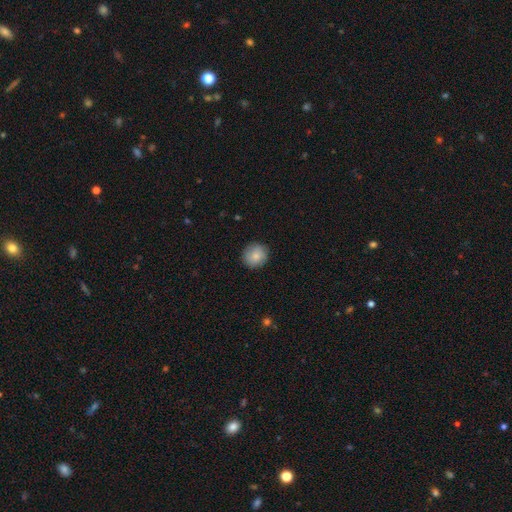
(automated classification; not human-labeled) Morphology: type=smooth (84%); roundness=round (92%); merging=none (88%).